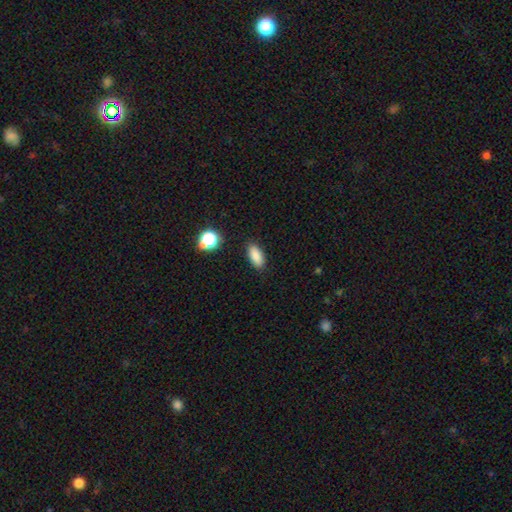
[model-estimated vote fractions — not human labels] Q: Smooth or featured?
A: smooth (85%); runner-up: star or artifact (10%)
Q: How rounded?
A: in between (83%); runner-up: cigar-shaped (13%)
Q: Merging?
A: none (88%); runner-up: minor disturbance (8%)